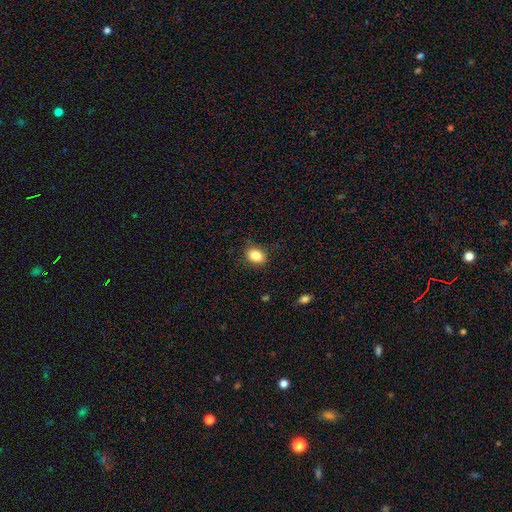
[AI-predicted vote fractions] The model was most divided on "how rounded": in between: 71%, round: 28%, cigar-shaped: 1%. More confident: smooth or featured — smooth (85%); merging — none (85%).